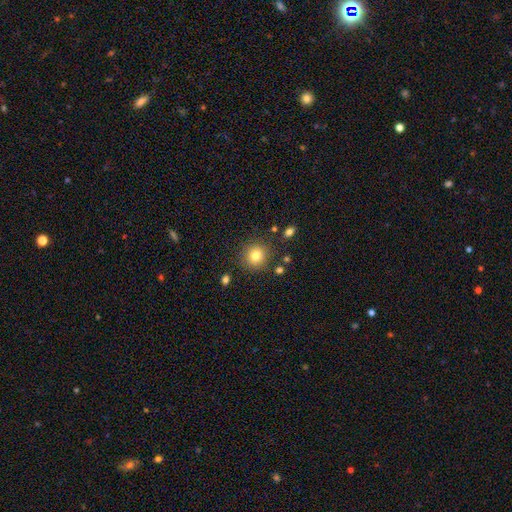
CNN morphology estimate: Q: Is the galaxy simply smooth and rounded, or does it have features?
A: smooth — 81%.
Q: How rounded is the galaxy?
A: round — 91%.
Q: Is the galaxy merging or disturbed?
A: none — 86%.